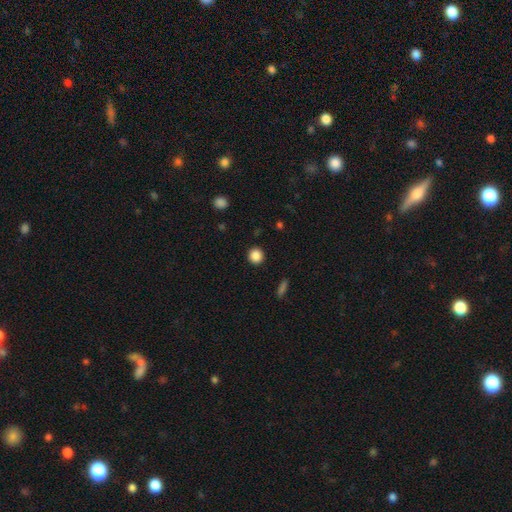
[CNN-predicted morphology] The model was most divided on "smooth or featured": smooth: 87%, star or artifact: 10%, featured or disk: 3%. More confident: how rounded — round (92%); merging — none (92%).